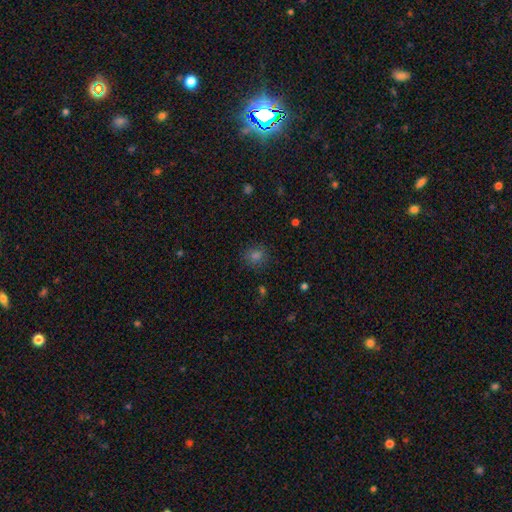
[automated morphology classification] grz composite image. It shows a smooth galaxy with no disk features (72%) that is round (83%). Merging: none (87%).